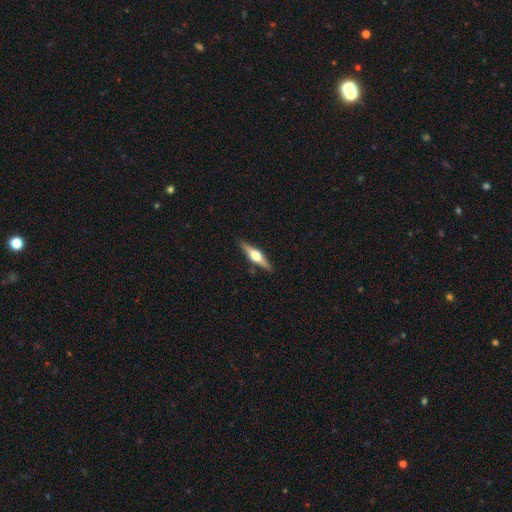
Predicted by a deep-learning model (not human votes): Smooth or featured? Predicted: featured or disk (p=0.69). Edge-on disk? Predicted: yes (p=0.97). Edge-on bulge? Predicted: rounded (p=0.95). Merging? Predicted: none (p=0.90).